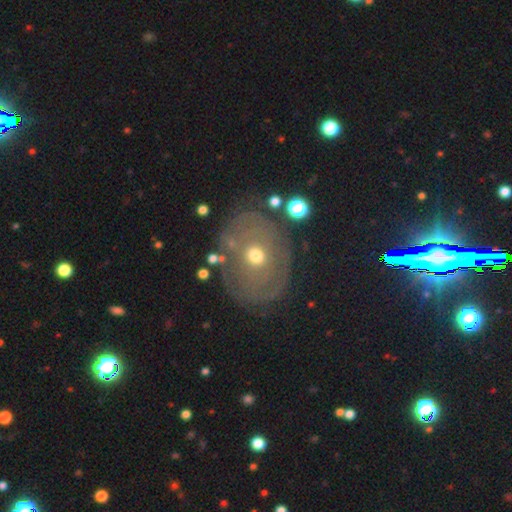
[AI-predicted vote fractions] This is possibly a featured or disk galaxy (59%). It is clearly not viewed edge-on (94%). Bar: clearly no (86%). Spiral arm pattern: possibly no (52%). Central bulge: possibly moderate (52%). Merging: likely none (71%).